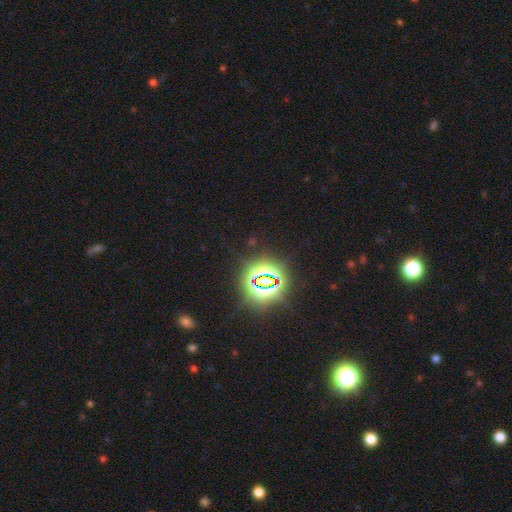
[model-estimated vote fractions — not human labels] This is clearly a star or artifact rather than a galaxy (82%).